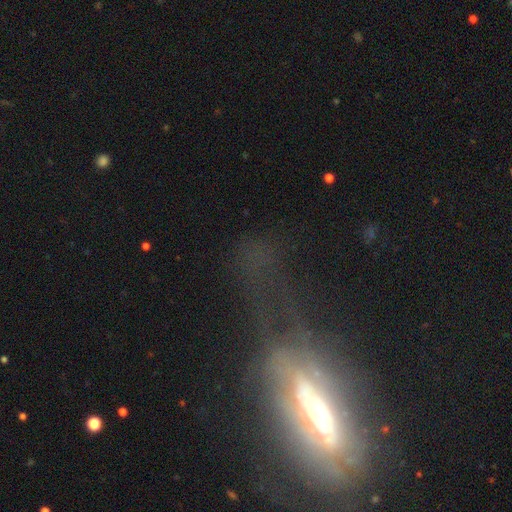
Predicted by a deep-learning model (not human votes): Smooth or featured?
  - featured or disk: 53% *
  - smooth: 24%
  - star or artifact: 23%
Edge-on disk?
  - no: 64% *
  - yes: 36%
Merging?
  - major disturbance: 43% *
  - none: 35%
  - minor disturbance: 16%
  - merger: 7%